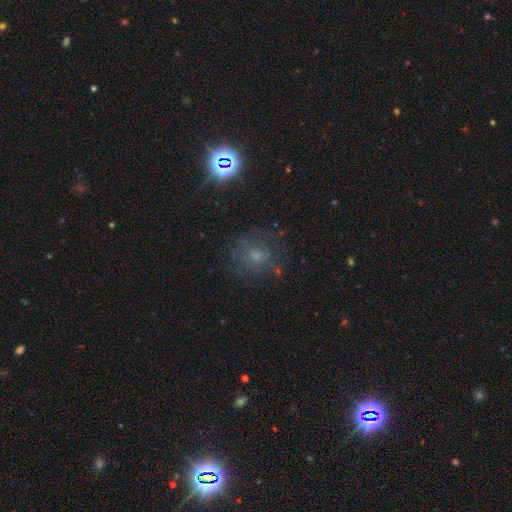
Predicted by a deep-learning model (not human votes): smooth 43%, star or artifact 30%, featured or disk 27%. Down the decision tree: merging — none (71%).